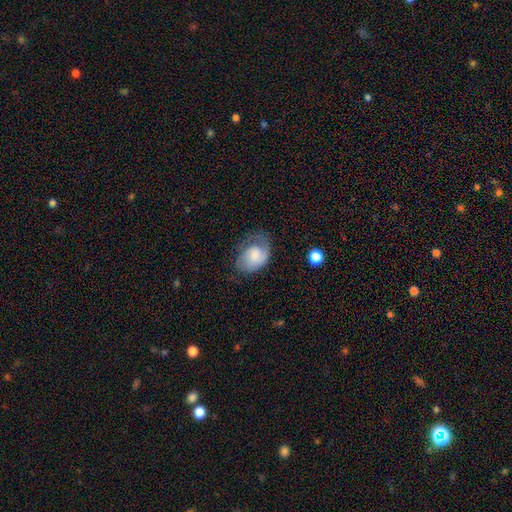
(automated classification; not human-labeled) A smooth galaxy with no disk features (54%) that is in between round and cigar-shaped (77%). Merging: none (41%).